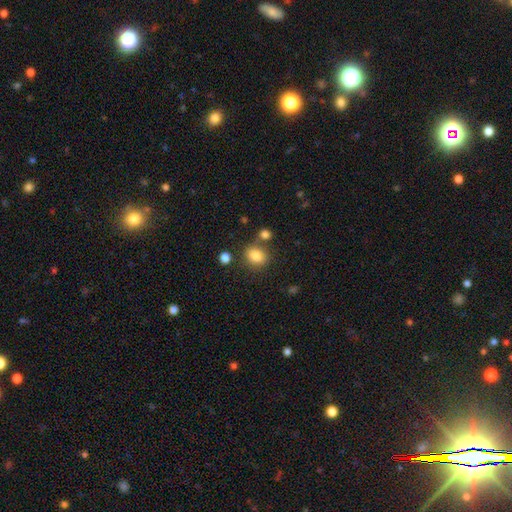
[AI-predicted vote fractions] Overall: smooth (84%). How rounded: round (55%; in between 44%). Merging: none (70%).